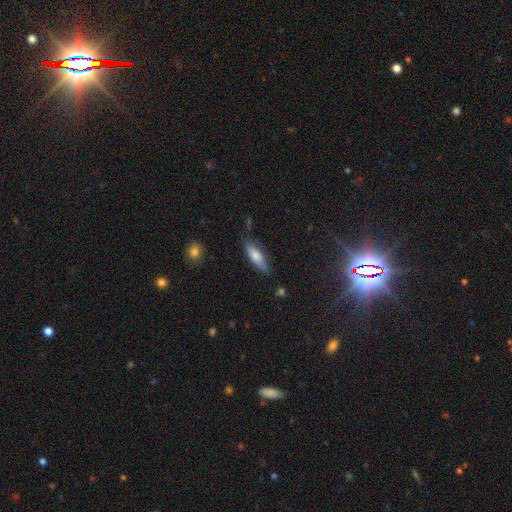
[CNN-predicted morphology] A smooth galaxy with no disk features (73%) that is in between round and cigar-shaped (52%). Merging: none (73%).